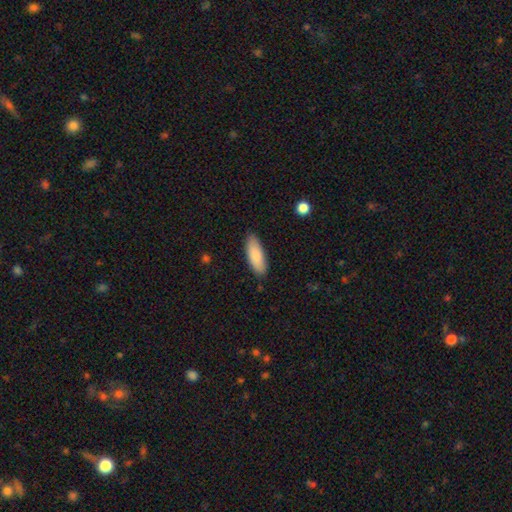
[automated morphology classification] smooth-or-featured: smooth: 85% | featured or disk: 10% | star or artifact: 6%
  how-rounded: in between: 70% | cigar-shaped: 29% | round: 2%
  merging: none: 85% | minor disturbance: 11% | major disturbance: 2% | merger: 1%